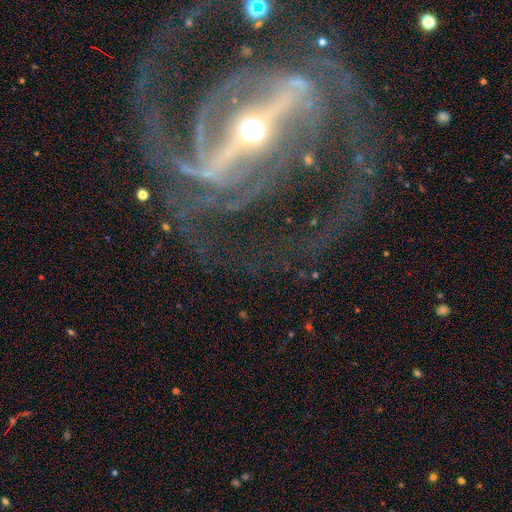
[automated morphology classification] Smooth or featured: featured or disk — 92% (star or artifact — 6%)
Edge-on disk: no — 94% (yes — 6%)
Bar: strong — 85% (weak — 10%)
Spiral arms: yes — 96% (no — 4%)
Spiral winding: medium — 50% (tight — 31%)
Spiral arm count: 2 — 62% (3 — 13%)
Bulge size: moderate — 56% (small — 36%)
Merging: none — 64% (major disturbance — 20%)